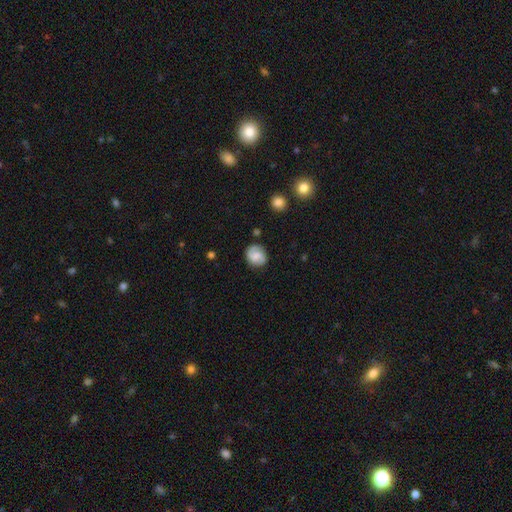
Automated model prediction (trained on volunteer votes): Smooth or featured? Predicted: featured or disk (p=0.47). Merging? Predicted: none (p=0.77).